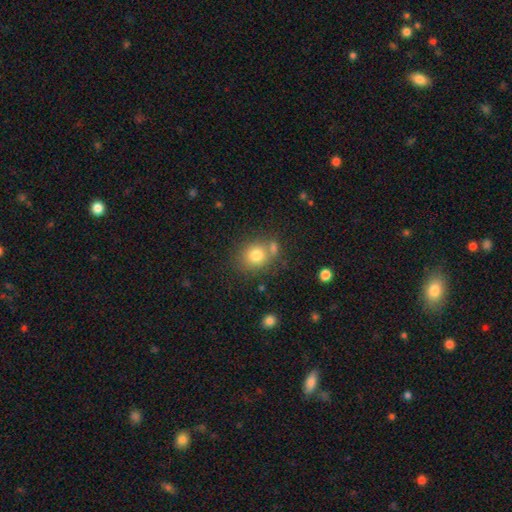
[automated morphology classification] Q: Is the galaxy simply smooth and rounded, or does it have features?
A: smooth — 78%.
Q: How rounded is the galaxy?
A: round — 75%.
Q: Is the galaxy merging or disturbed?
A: none — 64%.